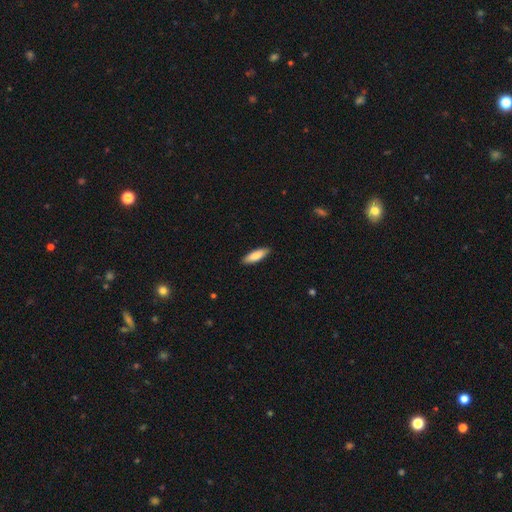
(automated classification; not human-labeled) smooth 83%, featured or disk 12%, star or artifact 5%. Down the decision tree: how rounded — cigar-shaped (51%); merging — none (89%).